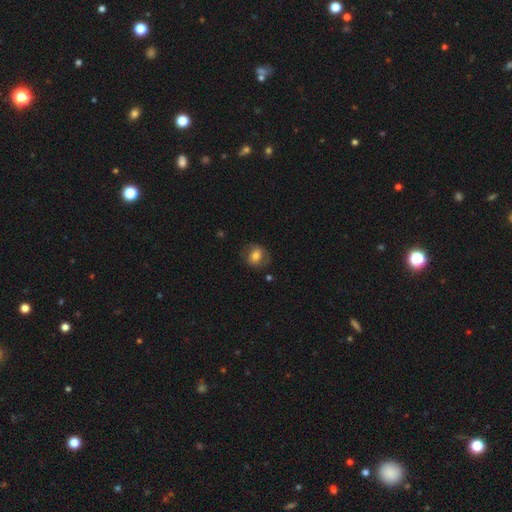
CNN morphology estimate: A smooth galaxy with no disk features (62%) that is round (61%). Merging: none (69%).